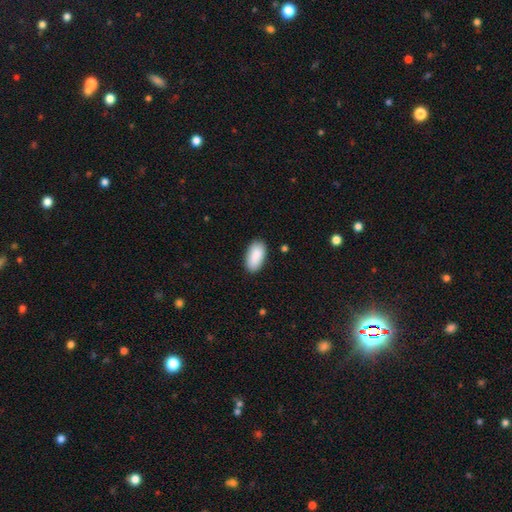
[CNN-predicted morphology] smooth 90%, star or artifact 6%, featured or disk 4%. Down the decision tree: how rounded — in between (95%); merging — none (86%).